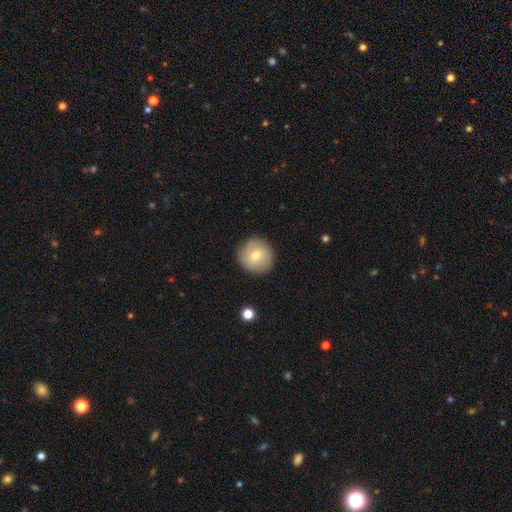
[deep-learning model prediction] smooth 73%, featured or disk 18%, star or artifact 8%. Down the decision tree: how rounded — round (95%); merging — none (90%).